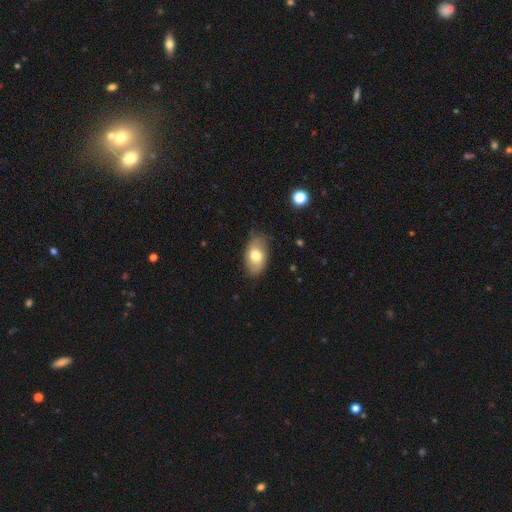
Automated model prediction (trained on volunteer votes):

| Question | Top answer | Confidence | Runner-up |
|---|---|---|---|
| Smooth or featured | smooth | 73% | featured or disk (20%) |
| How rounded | in between | 90% | round (8%) |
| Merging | none | 74% | minor disturbance (20%) |